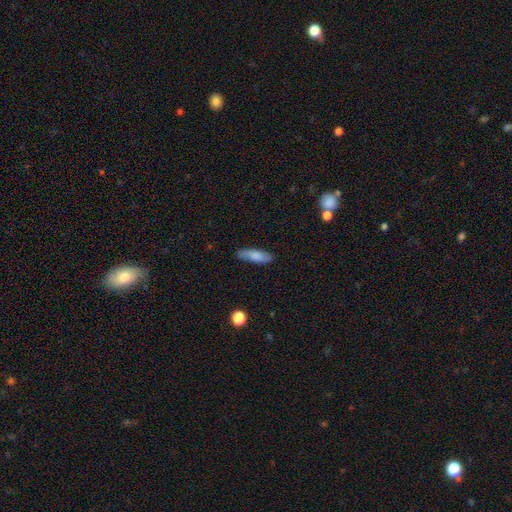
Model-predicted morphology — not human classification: Smooth or featured?
  - smooth: 76% *
  - featured or disk: 17%
  - star or artifact: 7%
How rounded?
  - in between: 49% *
  - cigar-shaped: 48%
  - round: 2%
Merging?
  - none: 82% *
  - minor disturbance: 14%
  - major disturbance: 3%
  - merger: 1%